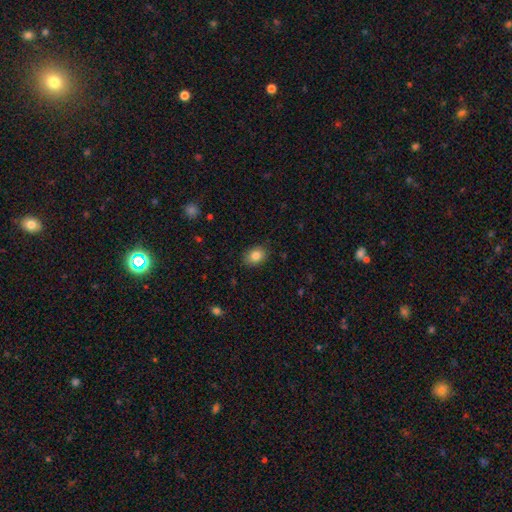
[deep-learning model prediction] A smooth galaxy with no disk features (84%) that is in between round and cigar-shaped (69%).

Vote fractions:
- Smooth or featured? smooth: 84% / star or artifact: 9% / featured or disk: 7%
- How rounded? in between: 69% / round: 30% / cigar-shaped: 1%
- Merging? none: 86% / minor disturbance: 11% / major disturbance: 3% / merger: 1%